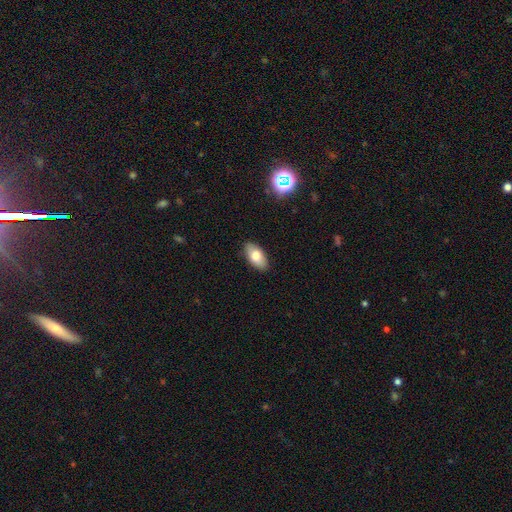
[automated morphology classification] Q: Smooth or featured?
A: smooth (77%); runner-up: featured or disk (15%)
Q: How rounded?
A: in between (92%); runner-up: cigar-shaped (5%)
Q: Merging?
A: none (87%); runner-up: minor disturbance (10%)